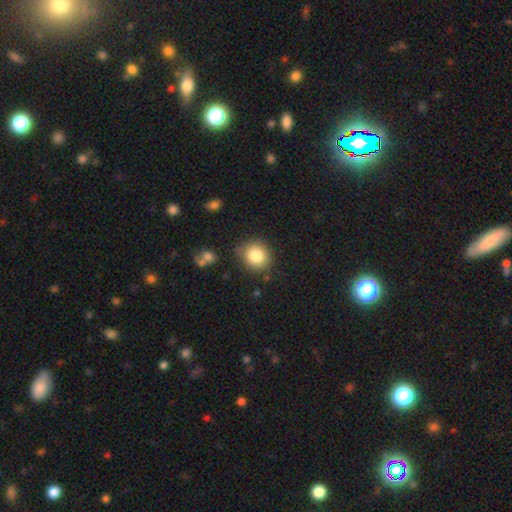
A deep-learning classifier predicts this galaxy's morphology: This is clearly a smooth galaxy (83%). How rounded: clearly round (85%). Merging: clearly none (81%).